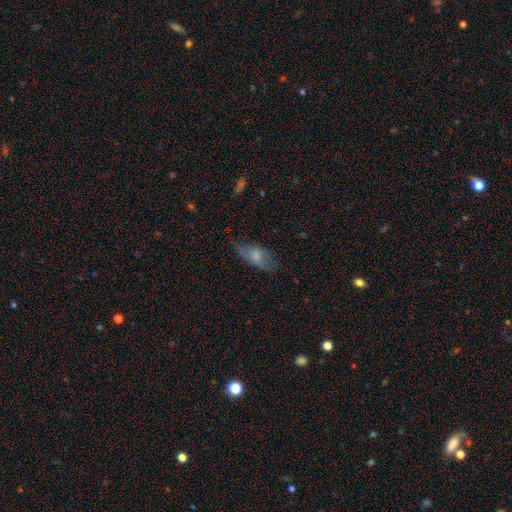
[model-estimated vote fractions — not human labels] Smooth or featured: smooth — 62% (featured or disk — 29%)
How rounded: in between — 86% (cigar-shaped — 10%)
Merging: none — 53% (minor disturbance — 29%)